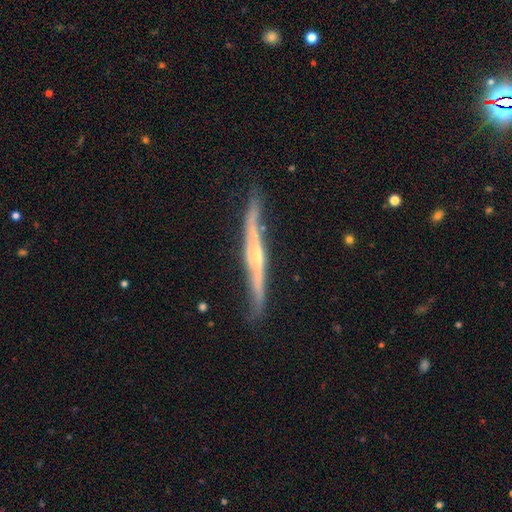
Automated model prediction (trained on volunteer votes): The model was most divided on "edge-on bulge": rounded: 63%, none: 28%, boxy: 9%. More confident: edge-on disk — yes (91%); smooth or featured — featured or disk (80%); merging — none (72%).